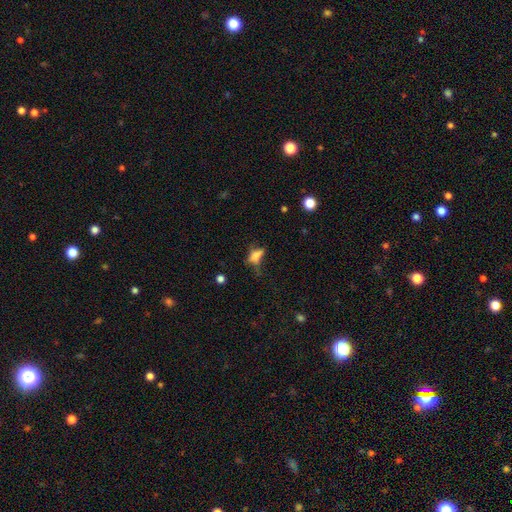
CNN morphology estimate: smooth_or_featured: smooth (p=0.59) [alt: featured or disk p=0.25]
how_rounded: in between (p=0.68) [alt: cigar-shaped p=0.21]
merging: none (p=0.37) [alt: major disturbance p=0.29]